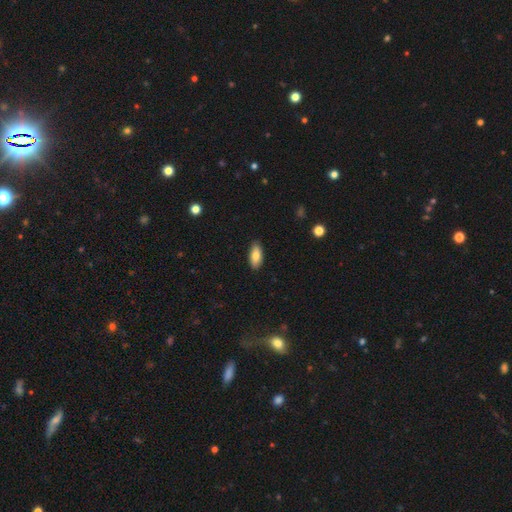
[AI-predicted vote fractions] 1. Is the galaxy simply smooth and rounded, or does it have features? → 79% smooth, 14% featured or disk, 7% star or artifact.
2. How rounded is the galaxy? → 86% in between, 11% cigar-shaped, 2% round.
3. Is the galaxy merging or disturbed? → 88% none, 10% minor disturbance, 2% major disturbance, 1% merger.